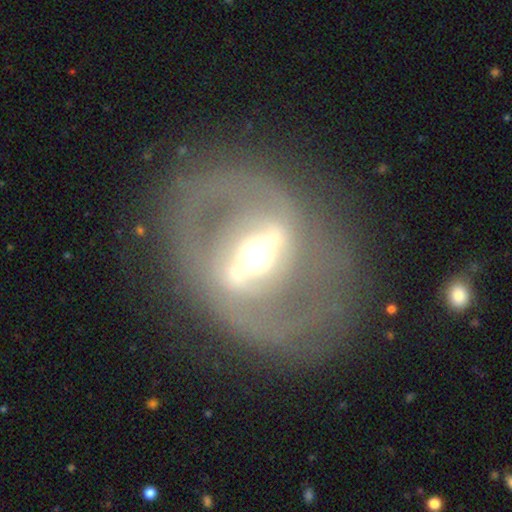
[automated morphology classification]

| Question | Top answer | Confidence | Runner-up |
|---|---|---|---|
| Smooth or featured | featured or disk | 85% | smooth (9%) |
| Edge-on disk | no | 89% | yes (11%) |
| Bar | strong | 78% | weak (16%) |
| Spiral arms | yes | 59% | no (41%) |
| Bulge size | moderate | 61% | large (22%) |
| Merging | none | 76% | minor disturbance (11%) |